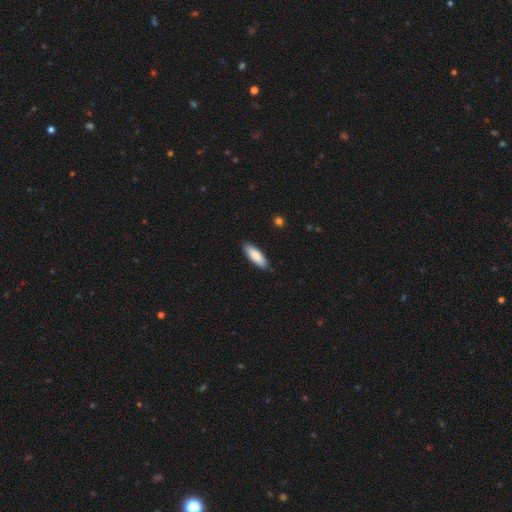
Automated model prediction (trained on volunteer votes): A smooth galaxy with no disk features (86%) that is in between round and cigar-shaped (61%).

Vote fractions:
- Smooth or featured? smooth: 86% / featured or disk: 9% / star or artifact: 5%
- How rounded? in between: 61% / cigar-shaped: 38% / round: 2%
- Merging? none: 86% / minor disturbance: 11% / major disturbance: 2% / merger: 1%